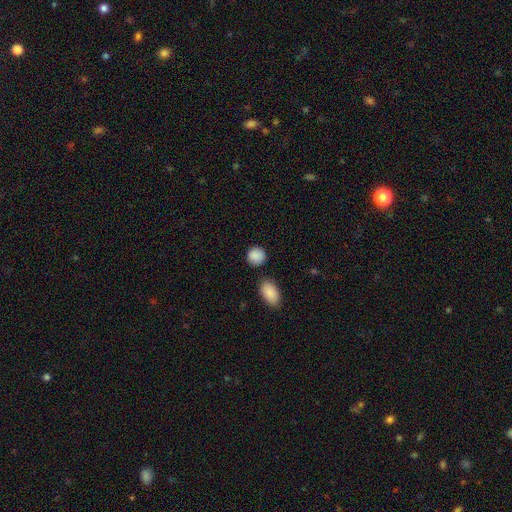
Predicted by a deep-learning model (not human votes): Q: Smooth or featured?
A: smooth (89%); runner-up: star or artifact (8%)
Q: How rounded?
A: round (80%); runner-up: in between (18%)
Q: Merging?
A: none (81%); runner-up: minor disturbance (11%)